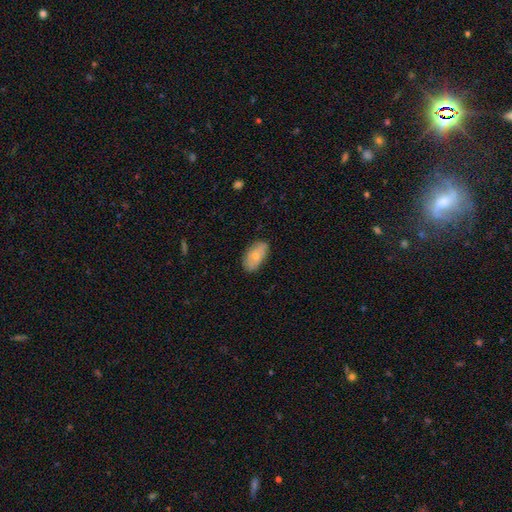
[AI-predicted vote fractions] The model was most divided on "smooth or featured": smooth: 69%, featured or disk: 25%, star or artifact: 6%. More confident: how rounded — in between (93%); merging — none (79%).